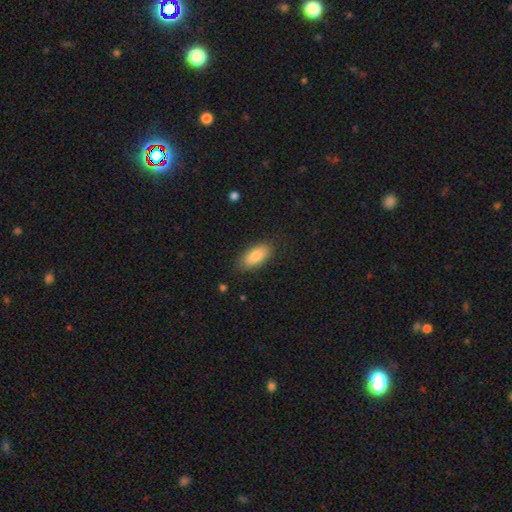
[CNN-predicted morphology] This is clearly a smooth galaxy (83%). How rounded: clearly in between (89%). Merging: clearly none (83%).